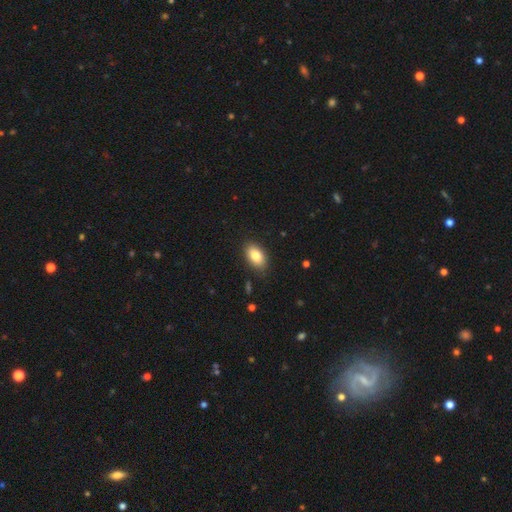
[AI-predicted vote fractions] A smooth galaxy with no disk features (83%) that is in between round and cigar-shaped (92%).

Vote fractions:
- Smooth or featured? smooth: 83% / featured or disk: 10% / star or artifact: 7%
- How rounded? in between: 92% / round: 6% / cigar-shaped: 2%
- Merging? none: 87% / minor disturbance: 9% / major disturbance: 2% / merger: 1%